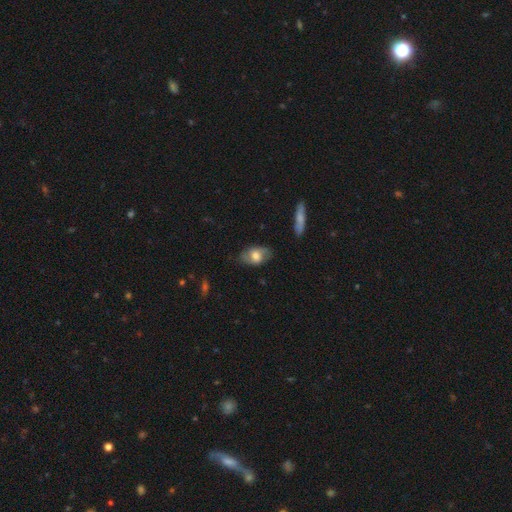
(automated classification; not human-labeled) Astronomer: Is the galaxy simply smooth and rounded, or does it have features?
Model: smooth — 59% (runner-up: featured or disk, 34%).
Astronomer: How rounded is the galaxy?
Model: in between — 87%.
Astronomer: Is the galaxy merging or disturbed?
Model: none — 77%.